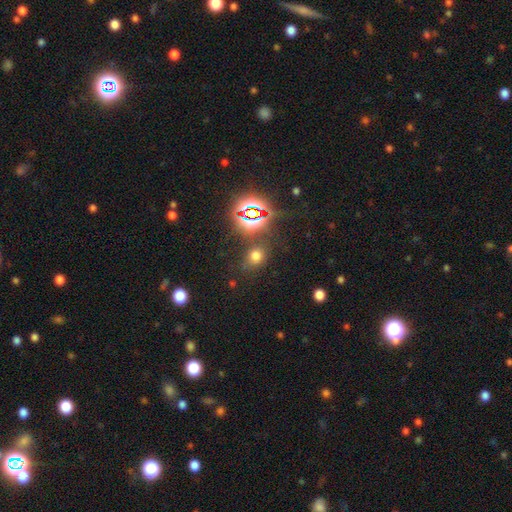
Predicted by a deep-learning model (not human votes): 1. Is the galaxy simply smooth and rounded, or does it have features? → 59% smooth, 33% star or artifact, 8% featured or disk.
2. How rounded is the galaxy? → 58% round, 41% in between, 2% cigar-shaped.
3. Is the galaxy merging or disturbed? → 74% none, 14% minor disturbance, 6% merger, 6% major disturbance.